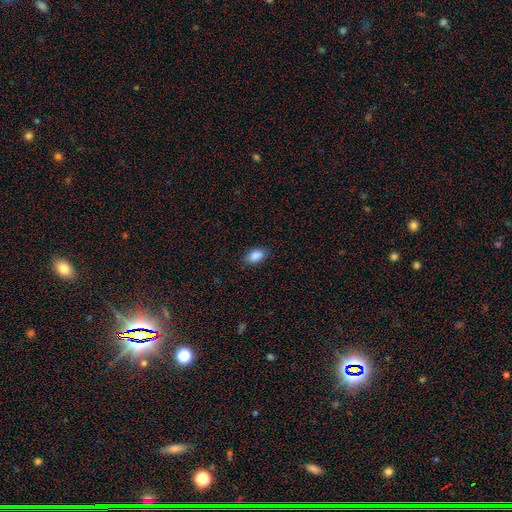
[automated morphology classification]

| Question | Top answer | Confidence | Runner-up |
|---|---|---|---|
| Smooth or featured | smooth | 88% | star or artifact (8%) |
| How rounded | in between | 90% | round (7%) |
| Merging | none | 84% | minor disturbance (13%) |